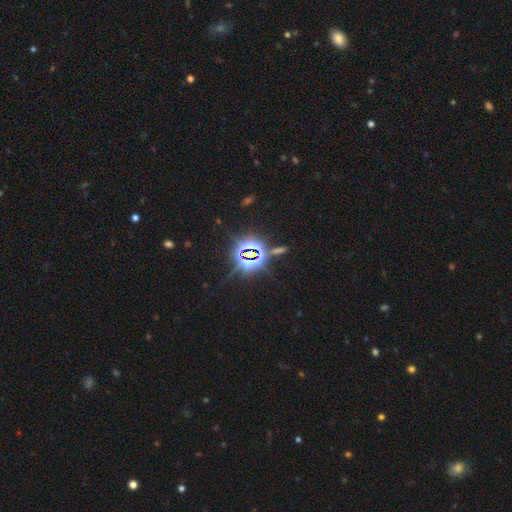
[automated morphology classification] star or artifact 83%, smooth 10%, featured or disk 7%.